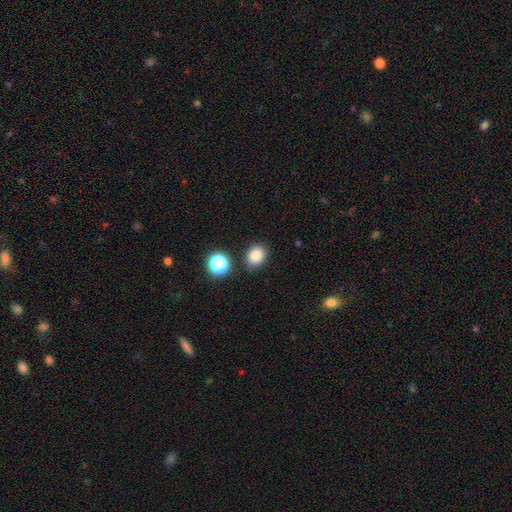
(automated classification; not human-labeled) smooth 84%, star or artifact 12%, featured or disk 5%. Down the decision tree: how rounded — round (52%); merging — none (80%).